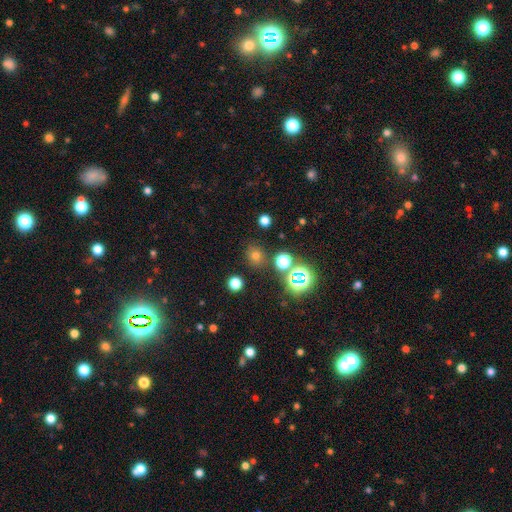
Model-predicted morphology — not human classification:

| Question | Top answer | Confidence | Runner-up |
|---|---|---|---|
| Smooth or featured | smooth | 62% | star or artifact (31%) |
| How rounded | round | 79% | in between (20%) |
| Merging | none | 82% | minor disturbance (9%) |